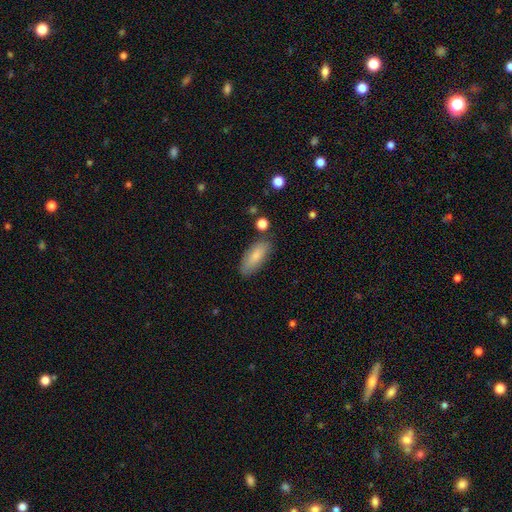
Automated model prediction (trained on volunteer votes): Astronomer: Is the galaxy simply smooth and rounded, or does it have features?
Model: smooth — 83%.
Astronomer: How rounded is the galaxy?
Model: in between — 78%.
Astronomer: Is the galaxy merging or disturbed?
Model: none — 80%.